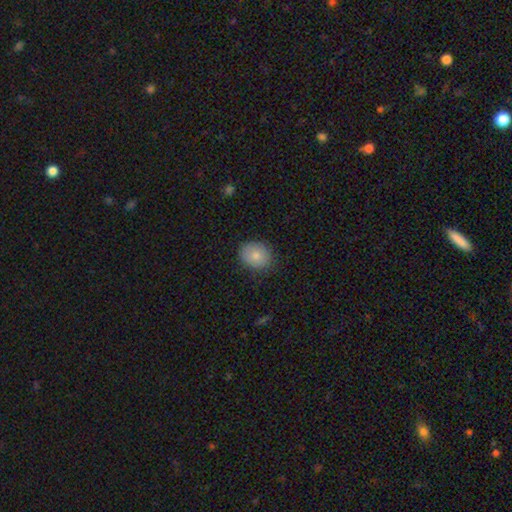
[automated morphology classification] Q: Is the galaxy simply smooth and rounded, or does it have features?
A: smooth — 81%.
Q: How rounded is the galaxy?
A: round — 56%.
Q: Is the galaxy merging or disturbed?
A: none — 82%.